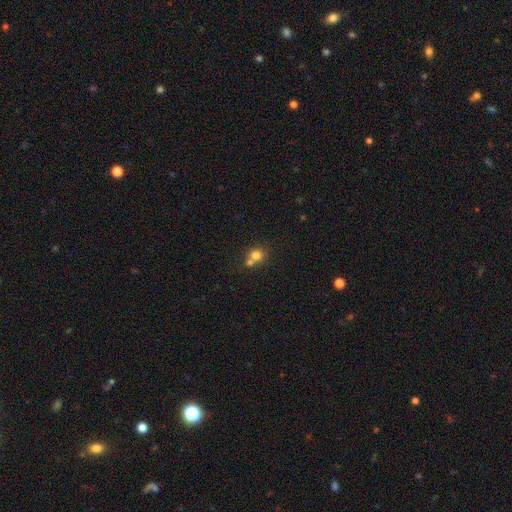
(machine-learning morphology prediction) smooth 77%, star or artifact 12%, featured or disk 11%. Down the decision tree: how rounded — round (83%); merging — merger (46%).